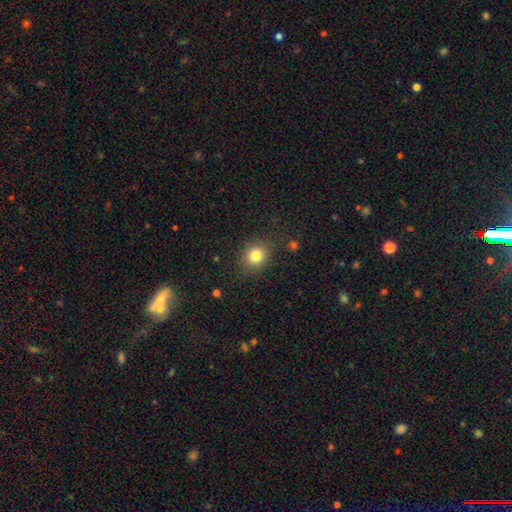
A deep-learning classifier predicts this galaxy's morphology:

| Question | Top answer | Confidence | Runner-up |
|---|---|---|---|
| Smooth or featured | smooth | 81% | star or artifact (12%) |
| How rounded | round | 73% | in between (26%) |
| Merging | none | 85% | minor disturbance (10%) |